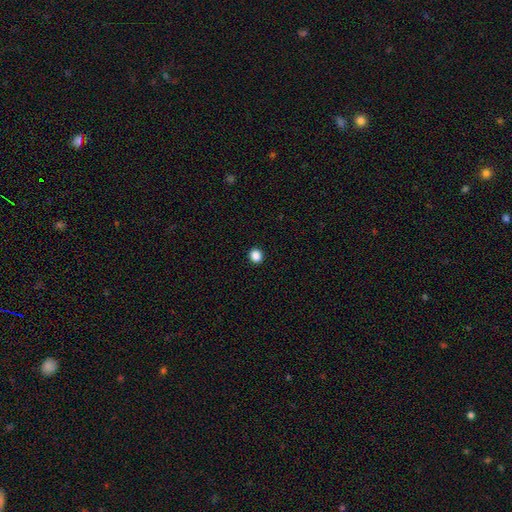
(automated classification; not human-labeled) smooth-or-featured: smooth: 87% | star or artifact: 11% | featured or disk: 3%
  how-rounded: round: 82% | in between: 17% | cigar-shaped: 1%
  merging: none: 93% | minor disturbance: 4% | major disturbance: 2% | merger: 1%